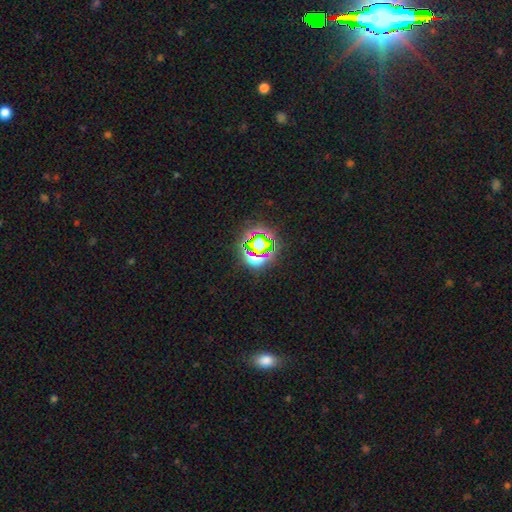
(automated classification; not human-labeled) Smooth or featured? Predicted: star or artifact (p=0.66).